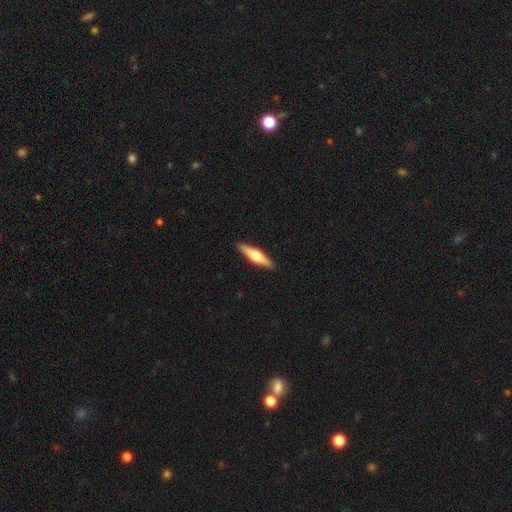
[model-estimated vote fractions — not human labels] Smooth or featured: featured or disk — 60% (smooth — 35%)
Edge-on disk: yes — 97% (no — 3%)
Edge-on bulge: rounded — 92% (boxy — 6%)
Merging: none — 91% (minor disturbance — 6%)